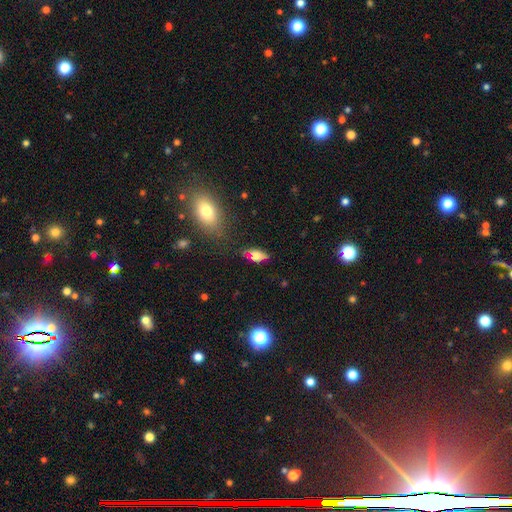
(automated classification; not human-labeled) A smooth galaxy with no disk features (58%) that is in between round and cigar-shaped (82%). Merging: none (69%).